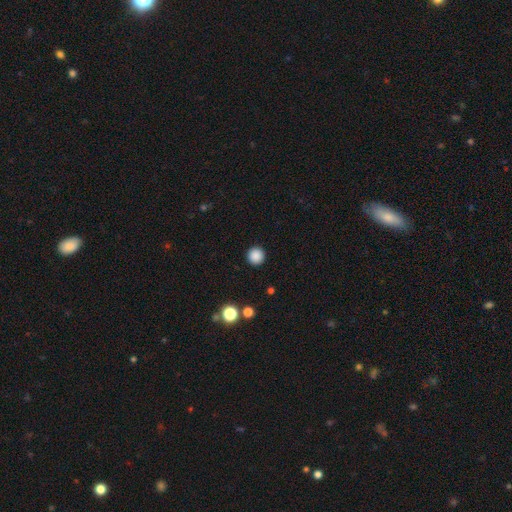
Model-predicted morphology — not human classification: The model was most divided on "smooth or featured": smooth: 87%, star or artifact: 10%, featured or disk: 3%. More confident: how rounded — round (96%); merging — none (93%).